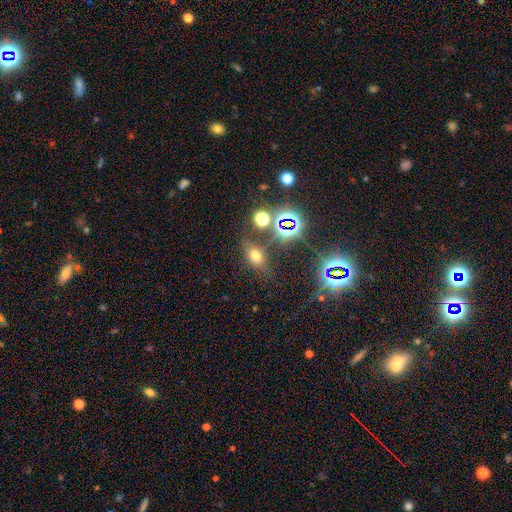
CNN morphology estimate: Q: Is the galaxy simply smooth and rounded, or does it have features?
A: smooth — 55%.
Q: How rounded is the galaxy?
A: in between — 71%.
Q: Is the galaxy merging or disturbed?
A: none — 71%.